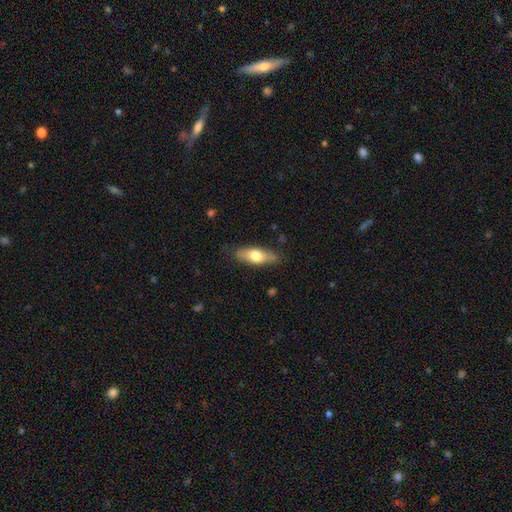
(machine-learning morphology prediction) Smooth or featured: smooth — 63% (featured or disk — 32%)
How rounded: in between — 63% (cigar-shaped — 34%)
Merging: none — 83% (minor disturbance — 13%)